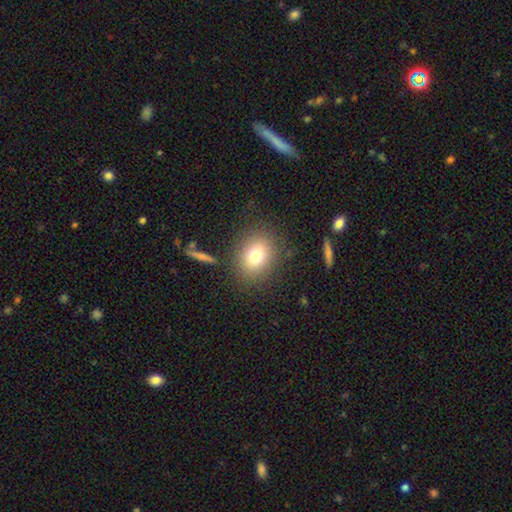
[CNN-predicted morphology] Smooth or featured? Predicted: smooth (p=0.75). How rounded? Predicted: round (p=0.58). Merging? Predicted: none (p=0.83).